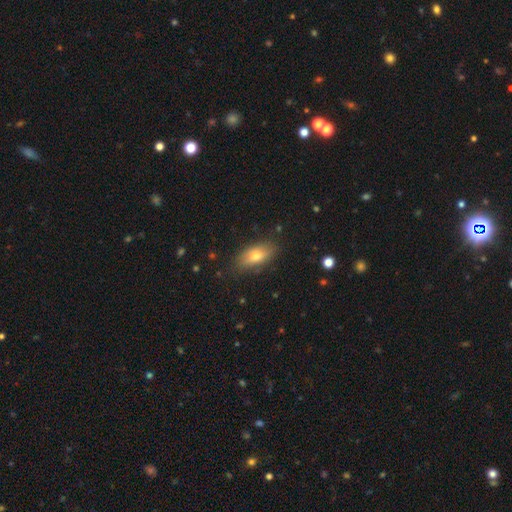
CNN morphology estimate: Smooth or featured? smooth (70%)
How rounded? in between (83%)
Merging? none (81%)